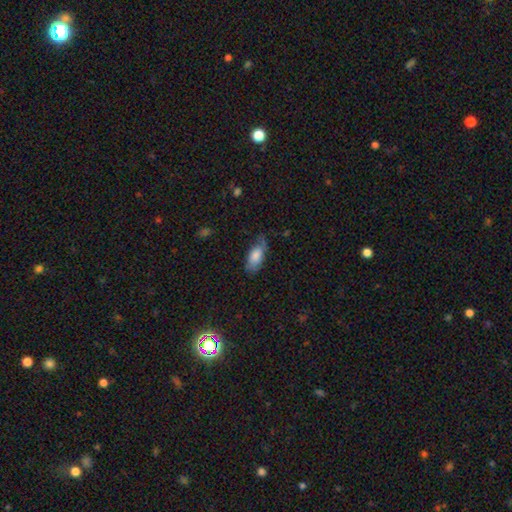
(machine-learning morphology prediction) smooth_or_featured: smooth (p=0.80) [alt: featured or disk p=0.14]
how_rounded: in between (p=0.87) [alt: cigar-shaped p=0.11]
merging: none (p=0.54) [alt: minor disturbance p=0.33]